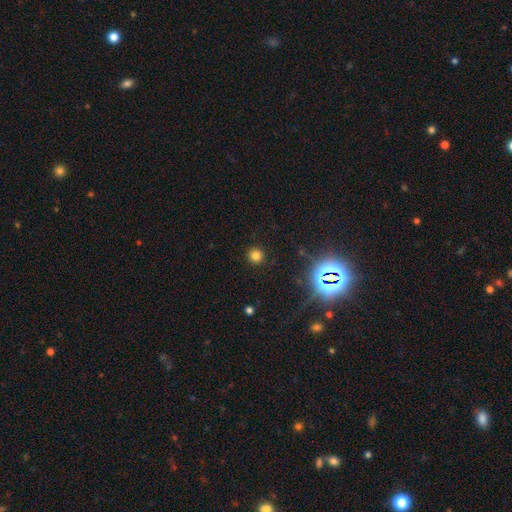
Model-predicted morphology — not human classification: Q: Smooth or featured?
A: smooth (76%); runner-up: star or artifact (19%)
Q: How rounded?
A: round (94%); runner-up: in between (5%)
Q: Merging?
A: none (91%); runner-up: minor disturbance (5%)